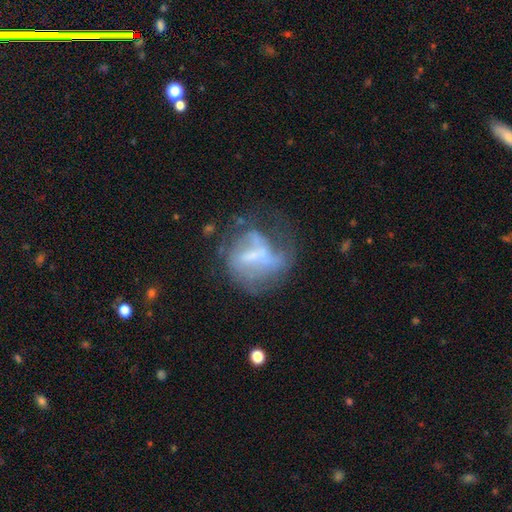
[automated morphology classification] type=featured or disk (61%); edge-on=no (97%); bar=no (42%); spiral arms=no (56%); bulge=none (36%); merging=major disturbance (40%).